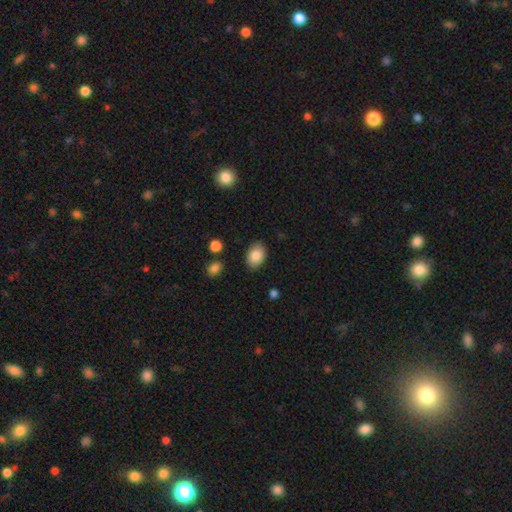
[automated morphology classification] Overall: smooth (86%). How rounded: in between (83%). Merging: none (85%).